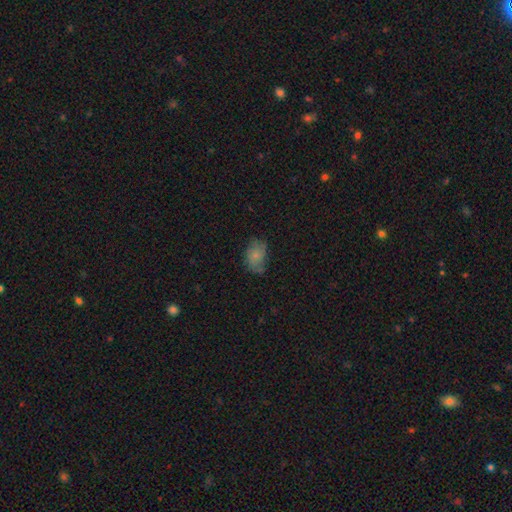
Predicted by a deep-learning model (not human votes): A smooth galaxy with no disk features (68%) that is in between round and cigar-shaped (77%).

Vote fractions:
- Smooth or featured? smooth: 68% / featured or disk: 23% / star or artifact: 9%
- How rounded? in between: 77% / round: 22% / cigar-shaped: 1%
- Merging? none: 57% / minor disturbance: 30% / major disturbance: 11% / merger: 2%